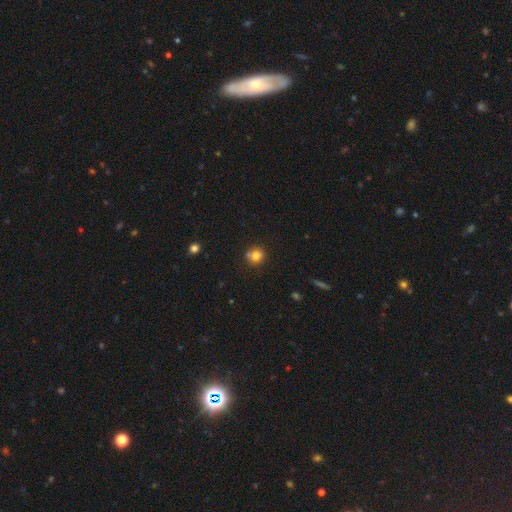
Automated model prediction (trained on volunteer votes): Overall: smooth (77%). How rounded: round (86%). Merging: none (64%).